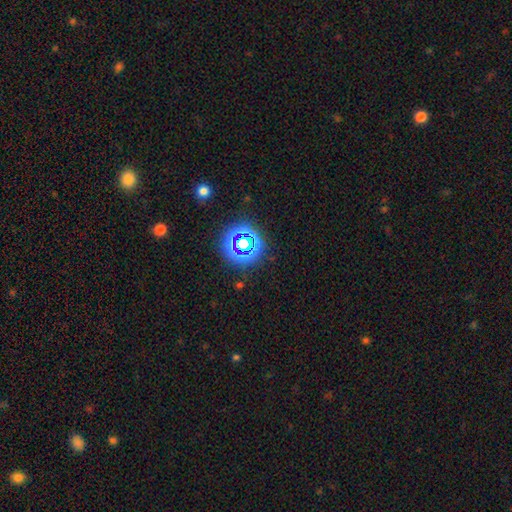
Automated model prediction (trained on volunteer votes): Smooth or featured? star or artifact (49%)